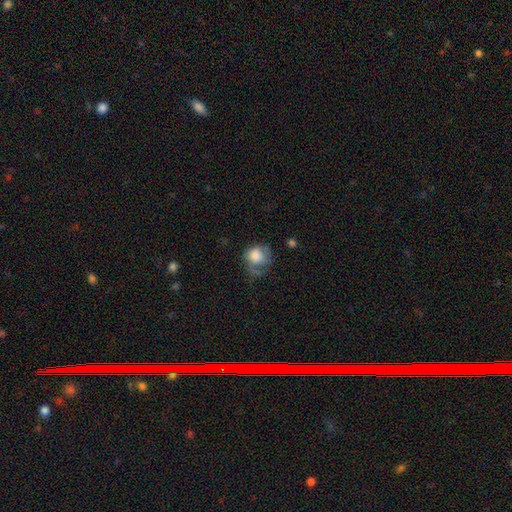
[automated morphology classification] The model was most divided on "merging": major disturbance: 38%, none: 31%, minor disturbance: 28%, merger: 3%. More confident: smooth or featured — smooth (70%); how rounded — round (69%).